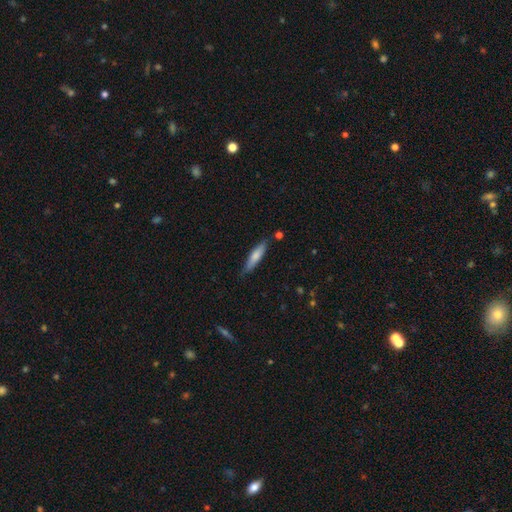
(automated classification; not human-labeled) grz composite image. It shows a smooth galaxy with no disk features (71%) that is cigar-shaped (77%). Merging: none (76%).